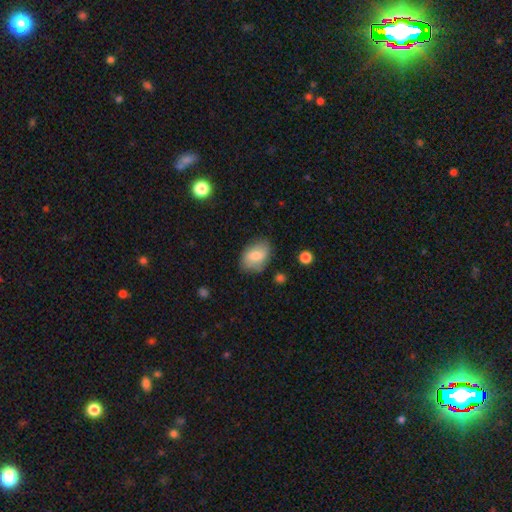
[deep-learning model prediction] The model was most divided on "smooth or featured": smooth: 71%, featured or disk: 22%, star or artifact: 7%. More confident: how rounded — in between (84%); merging — none (75%).